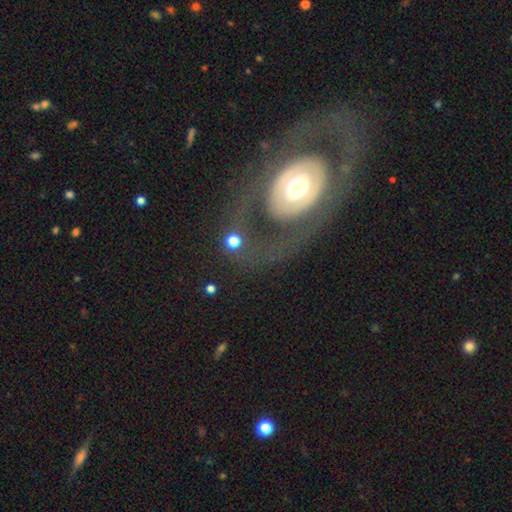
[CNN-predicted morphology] This is likely a featured or disk galaxy (67%). It is clearly not viewed edge-on (92%). Bar: likely no (78%). Spiral arm pattern: likely no (68%). Central bulge: possibly moderate (52%). Merging: likely none (76%).